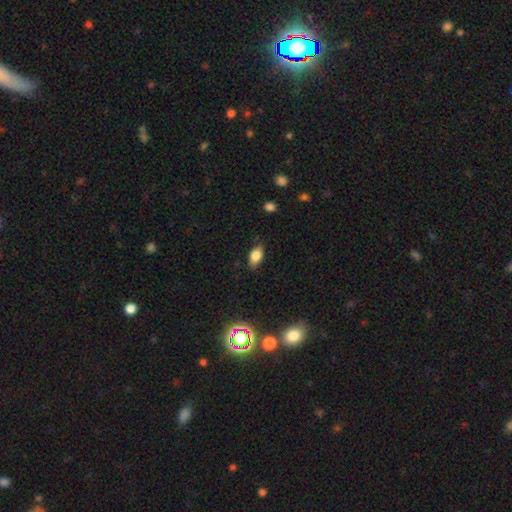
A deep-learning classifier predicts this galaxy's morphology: This appears to be a smooth galaxy with no disk features (80%) that is in between round and cigar-shaped (88%). Merging: none (78%).